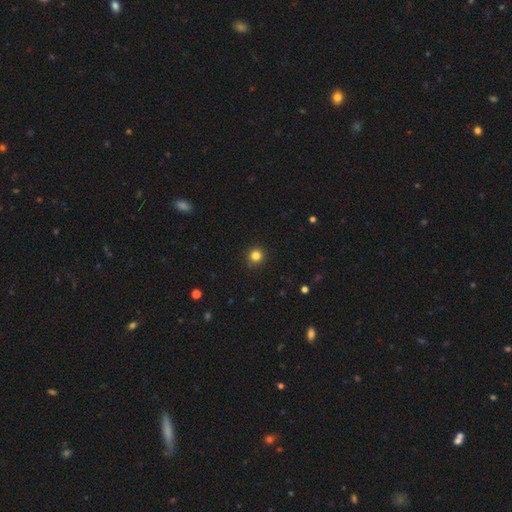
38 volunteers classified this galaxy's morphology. Smooth or featured: smooth — 89% (featured or disk — 5%)
How rounded: round — 100%
Merging: none — 86% (minor disturbance — 11%)